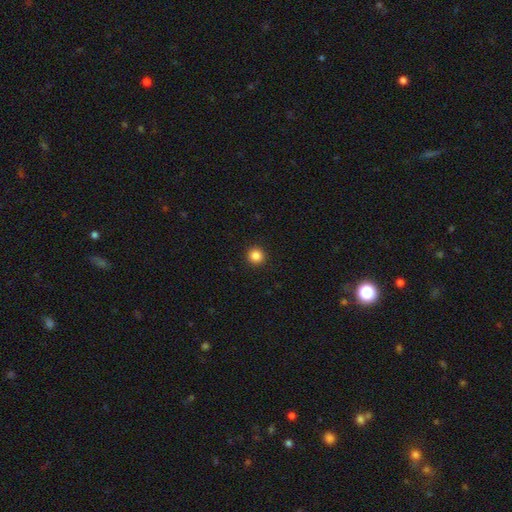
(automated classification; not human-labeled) smooth_or_featured: smooth (p=0.86) [alt: star or artifact p=0.11]
how_rounded: round (p=0.95) [alt: in between p=0.04]
merging: none (p=0.93) [alt: minor disturbance p=0.04]